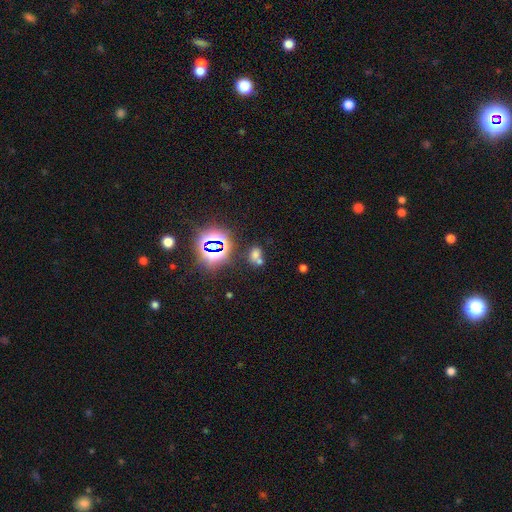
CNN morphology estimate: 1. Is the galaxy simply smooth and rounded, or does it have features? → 51% smooth, 37% star or artifact, 12% featured or disk.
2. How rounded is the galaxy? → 59% in between, 39% round, 2% cigar-shaped.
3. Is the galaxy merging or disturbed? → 44% none, 41% merger, 10% minor disturbance, 5% major disturbance.